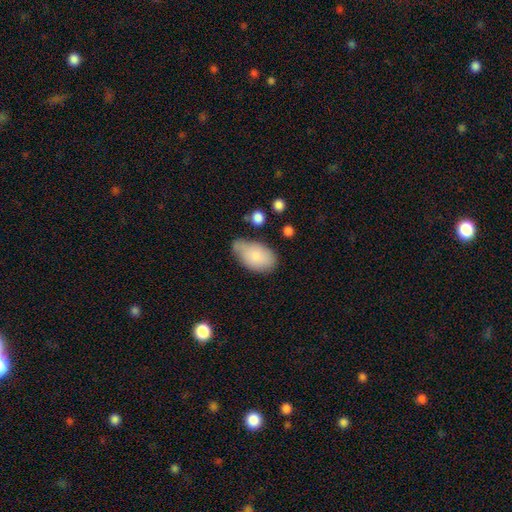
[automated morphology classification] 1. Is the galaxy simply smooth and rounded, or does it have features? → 81% smooth, 12% featured or disk, 7% star or artifact.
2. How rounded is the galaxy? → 93% in between, 6% round, 2% cigar-shaped.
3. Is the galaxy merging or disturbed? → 51% none, 35% minor disturbance, 8% major disturbance, 6% merger.